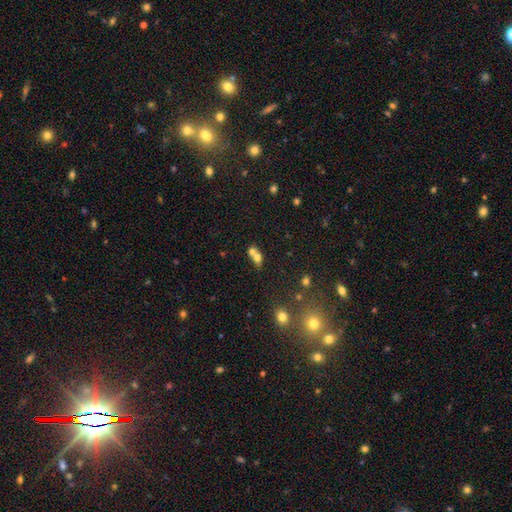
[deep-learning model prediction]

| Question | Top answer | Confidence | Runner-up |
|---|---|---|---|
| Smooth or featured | smooth | 68% | featured or disk (18%) |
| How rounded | in between | 57% | round (39%) |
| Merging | merger | 62% | none (27%) |